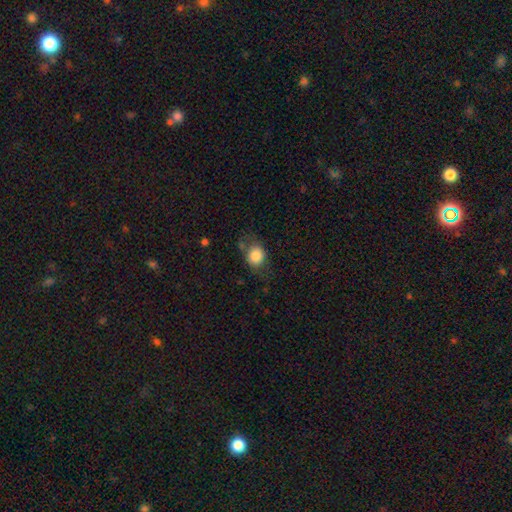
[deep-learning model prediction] A smooth galaxy with no disk features (81%) that is round (59%). Merging: none (60%).